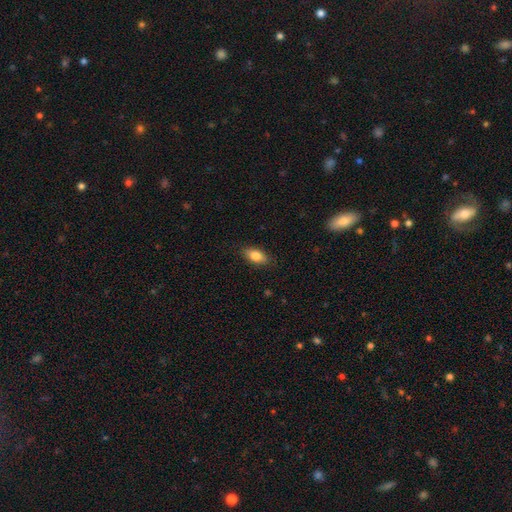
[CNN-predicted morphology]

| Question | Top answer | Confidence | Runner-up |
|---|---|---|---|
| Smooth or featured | smooth | 82% | featured or disk (10%) |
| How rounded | in between | 87% | cigar-shaped (8%) |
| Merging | none | 86% | minor disturbance (11%) |